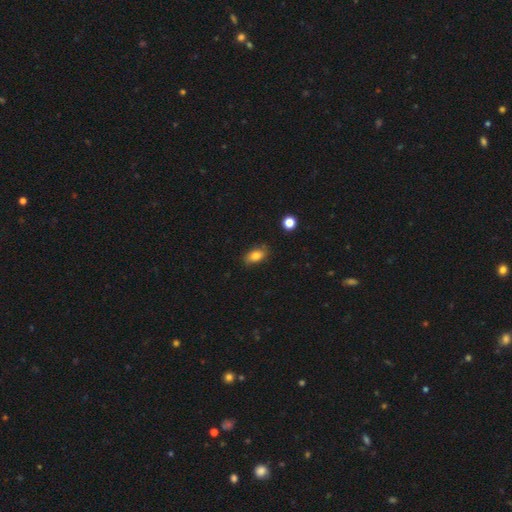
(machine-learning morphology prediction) A smooth galaxy with no disk features (80%) that is in between round and cigar-shaped (86%).

Vote fractions:
- Smooth or featured? smooth: 80% / featured or disk: 11% / star or artifact: 9%
- How rounded? in between: 86% / round: 10% / cigar-shaped: 4%
- Merging? none: 81% / minor disturbance: 14% / major disturbance: 3% / merger: 2%